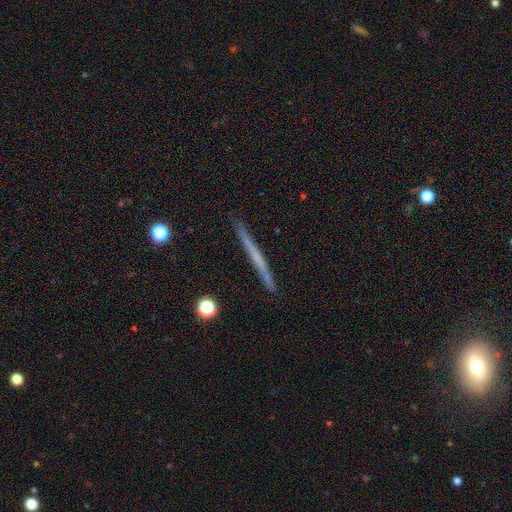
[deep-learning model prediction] Smooth or featured? Predicted: featured or disk (p=0.52). Edge-on disk? Predicted: yes (p=0.97). Edge-on bulge? Predicted: none (p=0.89). Merging? Predicted: none (p=0.91).